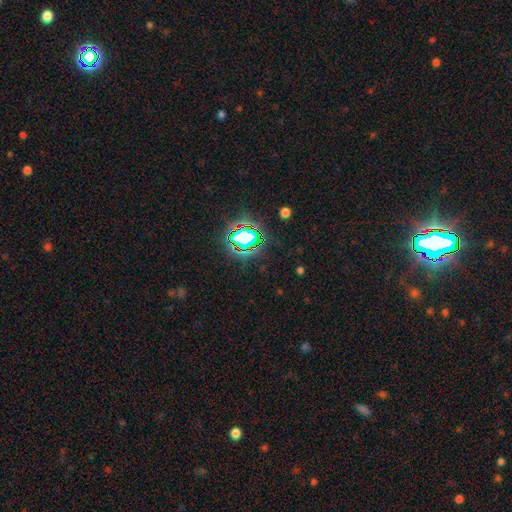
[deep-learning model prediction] Smooth or featured?
  - star or artifact: 81% *
  - smooth: 12%
  - featured or disk: 8%